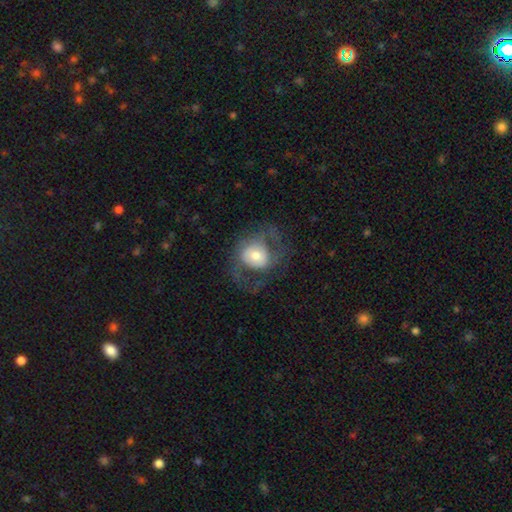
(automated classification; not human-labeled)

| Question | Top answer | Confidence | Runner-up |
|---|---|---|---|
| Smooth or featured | featured or disk | 49% | smooth (43%) |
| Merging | none | 46% | major disturbance (34%) |